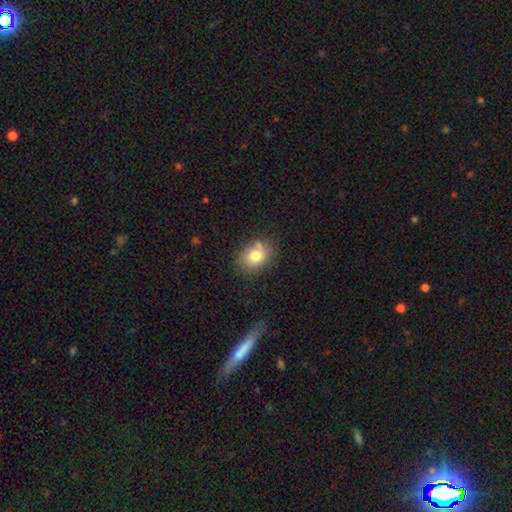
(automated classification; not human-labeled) This is likely a smooth galaxy (79%). How rounded: likely in between (61%). Merging: likely none (71%).